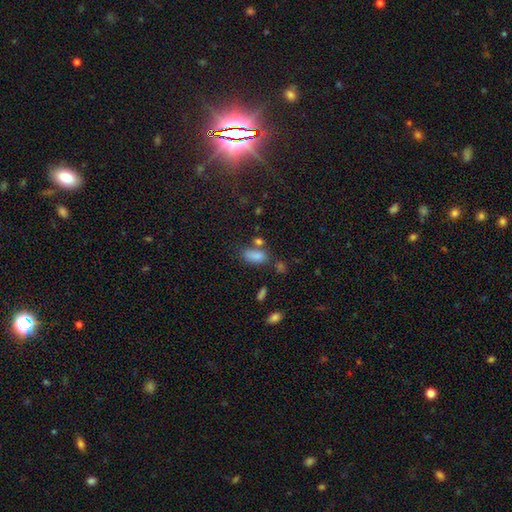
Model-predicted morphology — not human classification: Smooth or featured?
  - smooth: 82% *
  - star or artifact: 11%
  - featured or disk: 7%
How rounded?
  - in between: 89% *
  - round: 6%
  - cigar-shaped: 6%
Merging?
  - none: 53% *
  - merger: 21%
  - minor disturbance: 18%
  - major disturbance: 8%